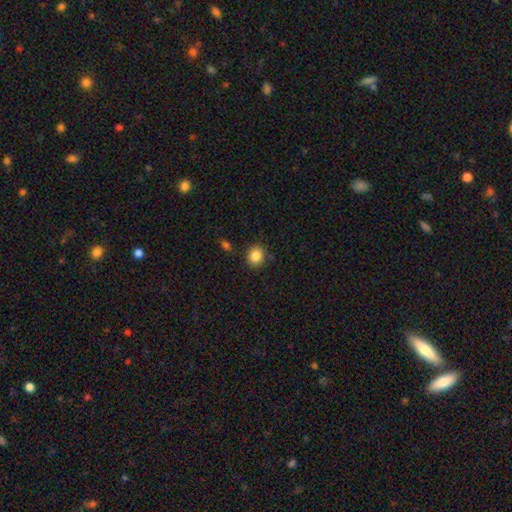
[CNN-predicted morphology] This appears to be a smooth galaxy with no disk features (86%) that is round (75%). Merging: none (83%).